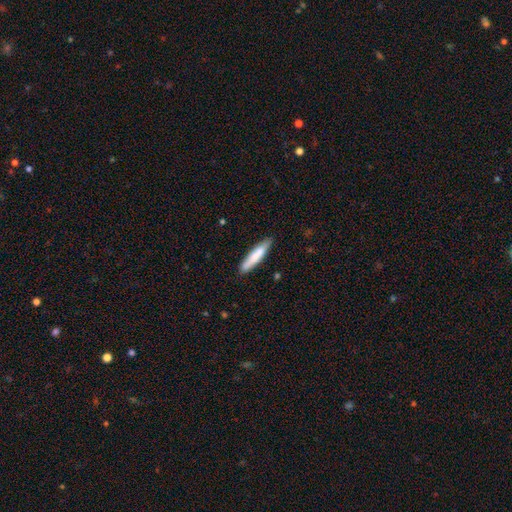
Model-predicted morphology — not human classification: Smooth or featured?
  - smooth: 77% *
  - featured or disk: 18%
  - star or artifact: 5%
How rounded?
  - cigar-shaped: 85% *
  - in between: 14%
  - round: 1%
Merging?
  - none: 85% *
  - minor disturbance: 12%
  - major disturbance: 2%
  - merger: 1%